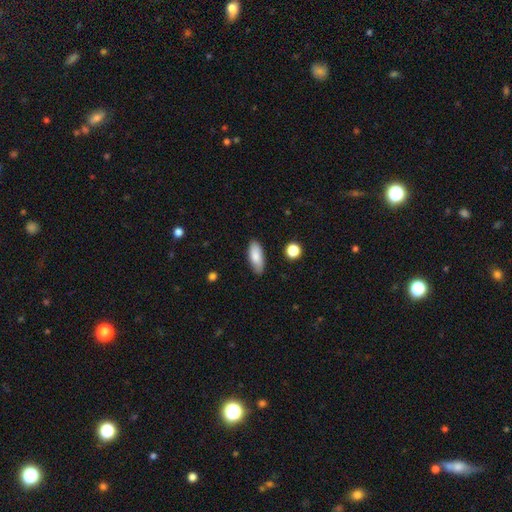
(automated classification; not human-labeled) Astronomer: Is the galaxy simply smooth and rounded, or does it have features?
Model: smooth — 83%.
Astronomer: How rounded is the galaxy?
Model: in between — 79%.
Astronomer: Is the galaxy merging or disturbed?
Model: none — 83%.